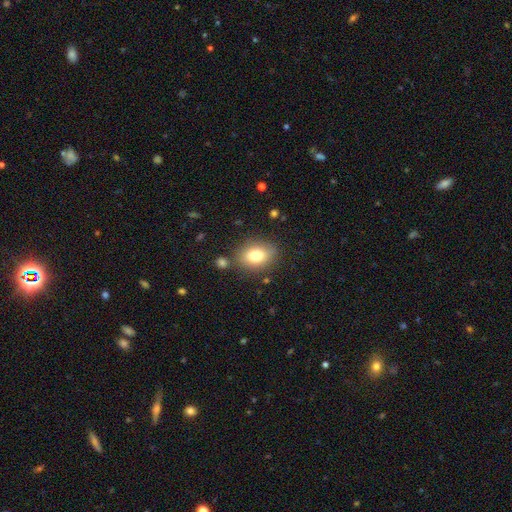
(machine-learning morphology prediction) type=smooth (79%); roundness=in between (70%); merging=none (77%).